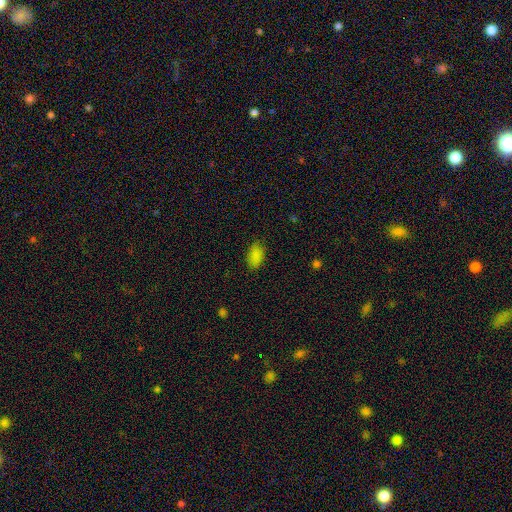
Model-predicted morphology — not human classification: Smooth or featured: smooth — 86% (star or artifact — 10%)
How rounded: in between — 92% (round — 5%)
Merging: none — 81% (minor disturbance — 14%)